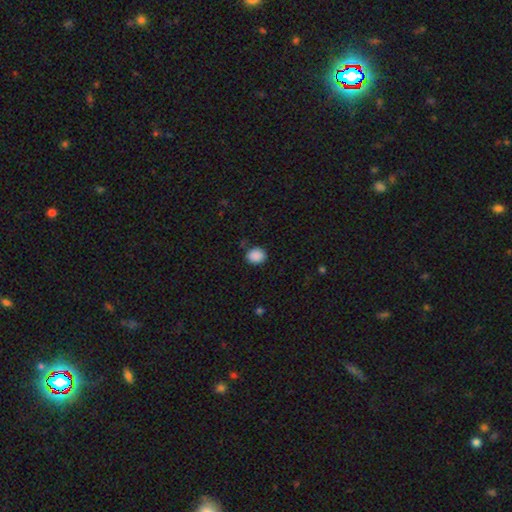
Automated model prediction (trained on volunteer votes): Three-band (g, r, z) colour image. It shows a smooth galaxy with no disk features (89%) that is round (56%). Merging: none (85%).